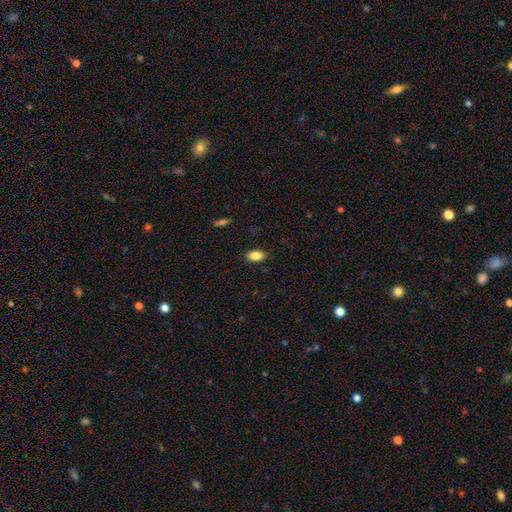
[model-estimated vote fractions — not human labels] This is clearly a smooth galaxy (85%). How rounded: clearly in between (90%). Merging: clearly none (87%).